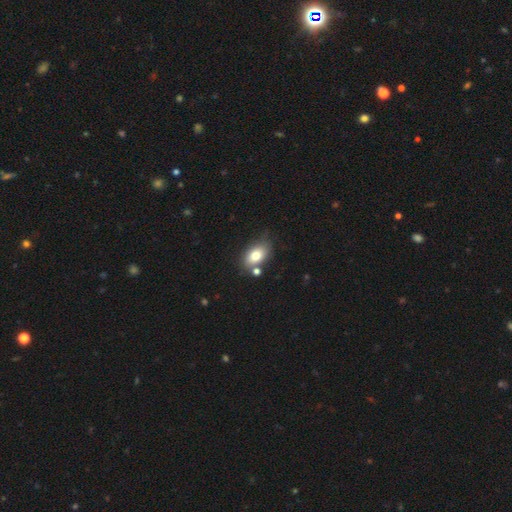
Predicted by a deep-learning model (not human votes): This appears to be a smooth galaxy with no disk features (77%) that is in between round and cigar-shaped (86%). Merging: none (65%).